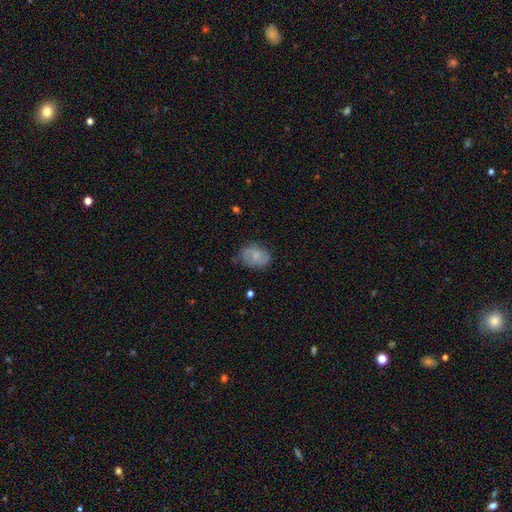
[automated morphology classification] Q: Smooth or featured?
A: smooth (57%); runner-up: featured or disk (35%)
Q: How rounded?
A: in between (74%); runner-up: round (24%)
Q: Merging?
A: none (66%); runner-up: minor disturbance (25%)